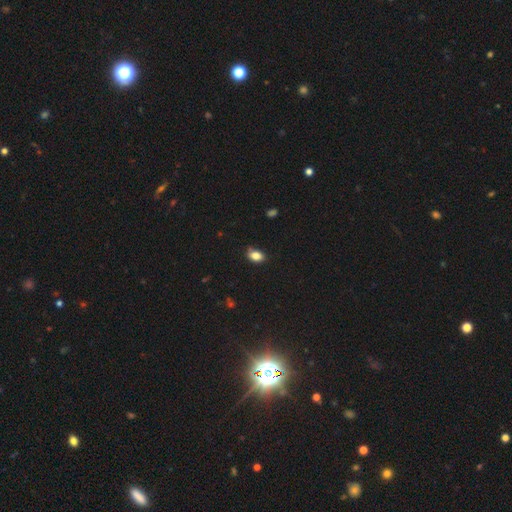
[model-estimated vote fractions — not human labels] smooth 84%, star or artifact 9%, featured or disk 7%. Down the decision tree: how rounded — in between (83%); merging — none (71%).